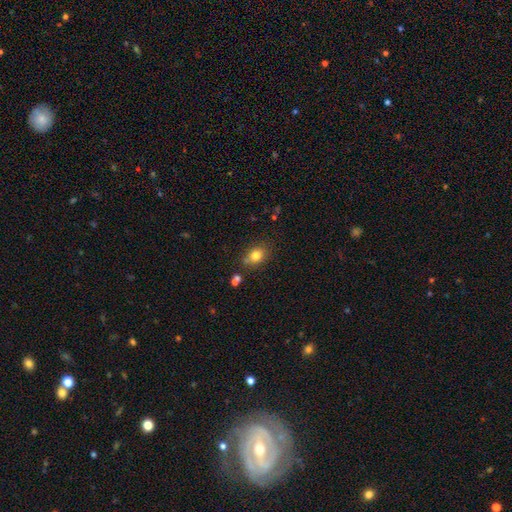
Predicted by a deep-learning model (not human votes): Smooth or featured: smooth — 80% (star or artifact — 11%)
How rounded: in between — 57% (round — 41%)
Merging: none — 70% (minor disturbance — 17%)